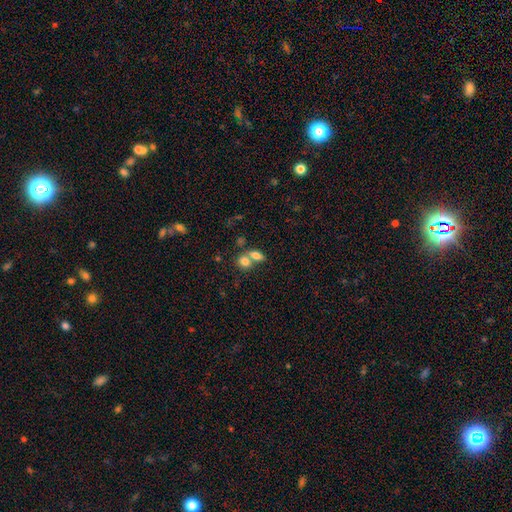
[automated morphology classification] Smooth or featured? smooth (77%)
How rounded? in between (78%)
Merging? merger (53%)